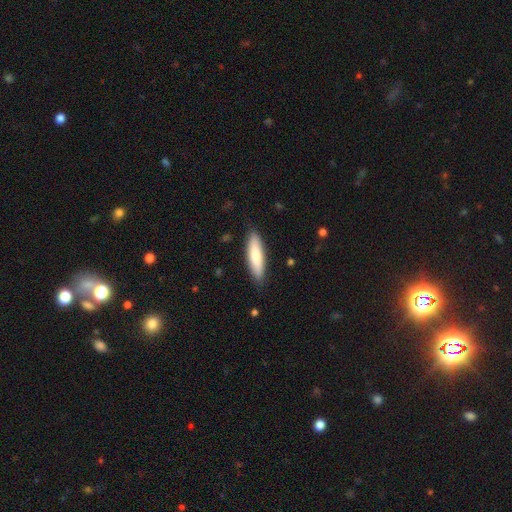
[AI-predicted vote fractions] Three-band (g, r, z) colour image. It shows a smooth galaxy with no disk features (75%) that is cigar-shaped (62%). Merging: none (86%).